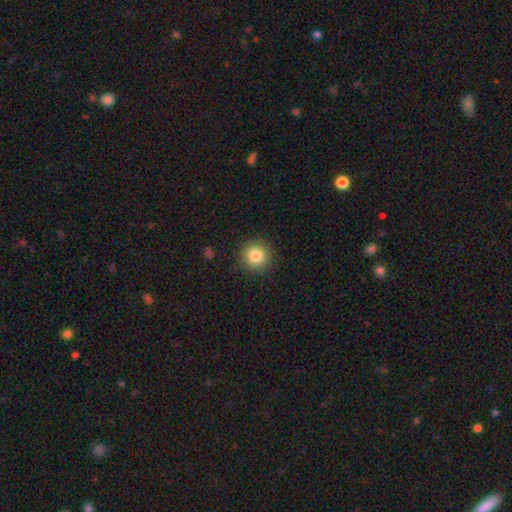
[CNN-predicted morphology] type=smooth (83%); roundness=round (94%); merging=none (90%).